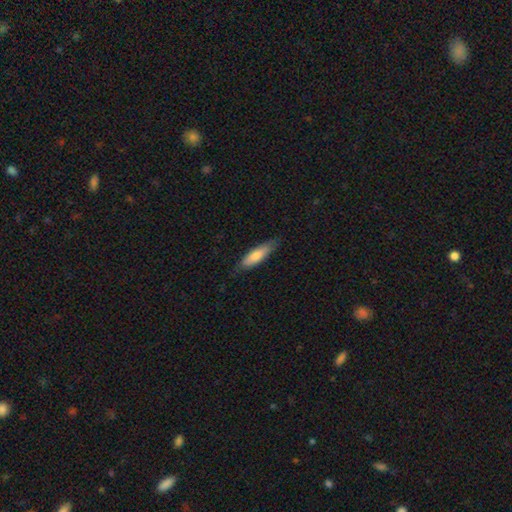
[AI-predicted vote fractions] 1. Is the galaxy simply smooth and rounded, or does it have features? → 75% smooth, 20% featured or disk, 5% star or artifact.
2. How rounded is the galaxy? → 62% cigar-shaped, 37% in between, 1% round.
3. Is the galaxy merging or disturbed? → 77% none, 19% minor disturbance, 3% major disturbance, 1% merger.